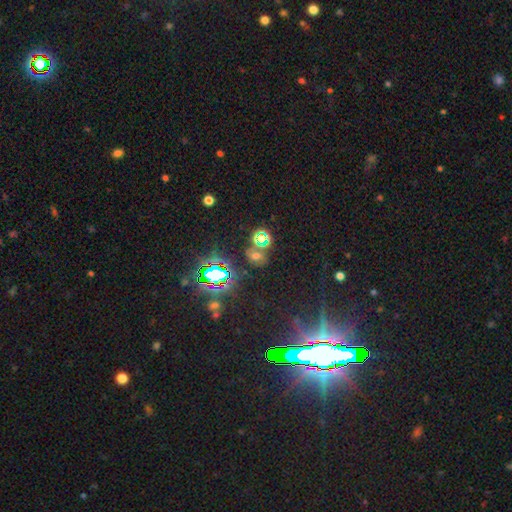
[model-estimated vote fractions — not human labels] The model was most divided on "smooth or featured": star or artifact: 55%, smooth: 33%, featured or disk: 12%.